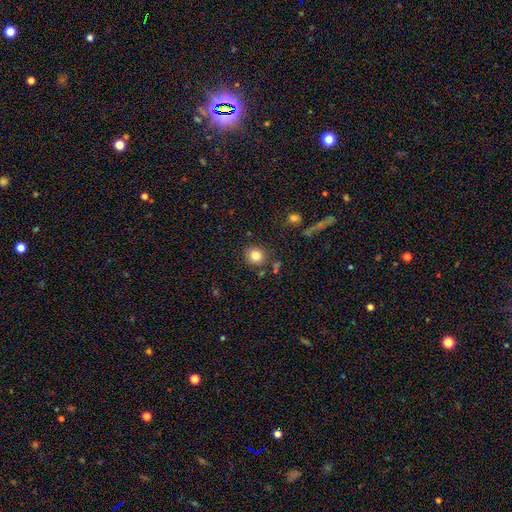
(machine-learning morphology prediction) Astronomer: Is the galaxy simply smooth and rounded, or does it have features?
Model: smooth — 82%.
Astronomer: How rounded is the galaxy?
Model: round — 83%.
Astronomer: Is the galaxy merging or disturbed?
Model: none — 85%.